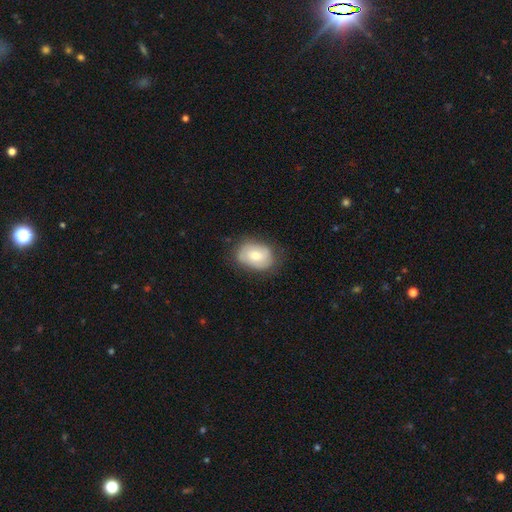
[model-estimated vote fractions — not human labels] Smooth or featured: smooth — 61% (featured or disk — 32%)
How rounded: in between — 69% (round — 30%)
Merging: none — 69% (minor disturbance — 23%)